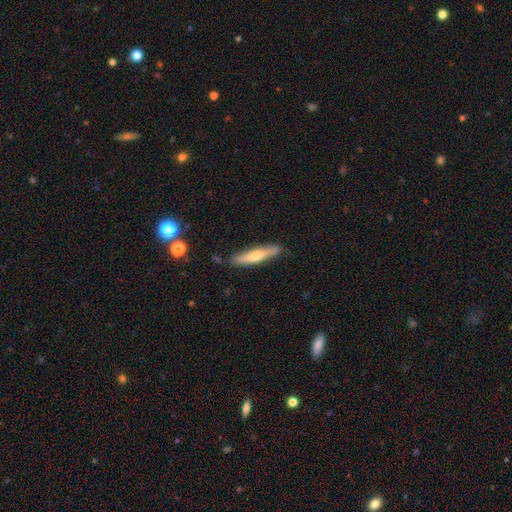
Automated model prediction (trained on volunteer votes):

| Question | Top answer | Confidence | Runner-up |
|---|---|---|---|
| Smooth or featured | smooth | 54% | featured or disk (40%) |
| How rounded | cigar-shaped | 88% | in between (10%) |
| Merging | none | 84% | minor disturbance (12%) |